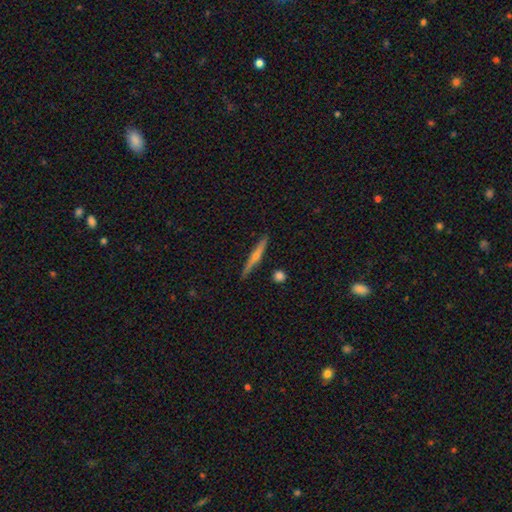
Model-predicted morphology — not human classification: Overall: featured or disk (66%; smooth 28%). Edge-on disk: yes (97%). Edge-on bulge: rounded (81%). Merging: none (89%).